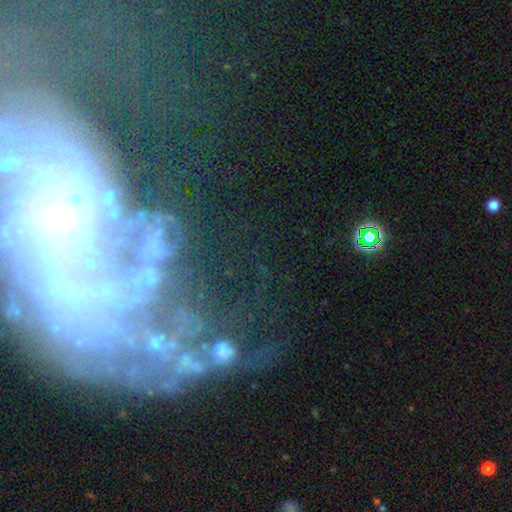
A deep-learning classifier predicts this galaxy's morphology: Smooth or featured: featured or disk — 64% (star or artifact — 23%)
Edge-on disk: no — 95% (yes — 5%)
Bar: no — 72% (weak — 17%)
Spiral arms: yes — 51% (no — 49%)
Bulge size: none — 43% (small — 36%)
Merging: none — 40% (major disturbance — 32%)